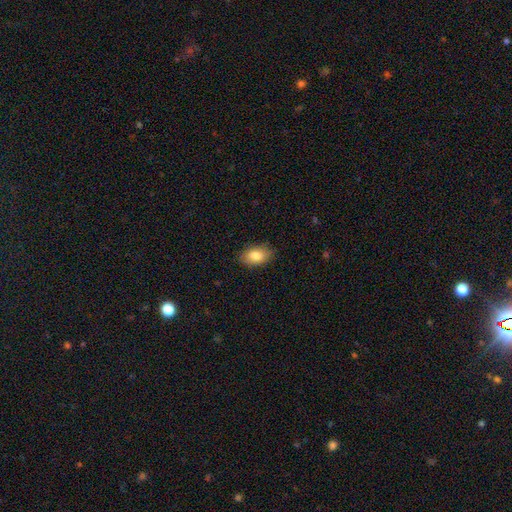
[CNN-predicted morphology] type=smooth (84%); roundness=in between (91%); merging=none (85%).